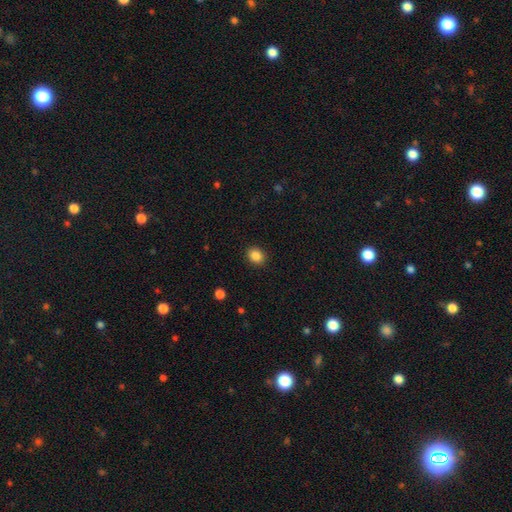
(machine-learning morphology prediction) Smooth or featured? smooth (87%)
How rounded? round (60%)
Merging? none (90%)